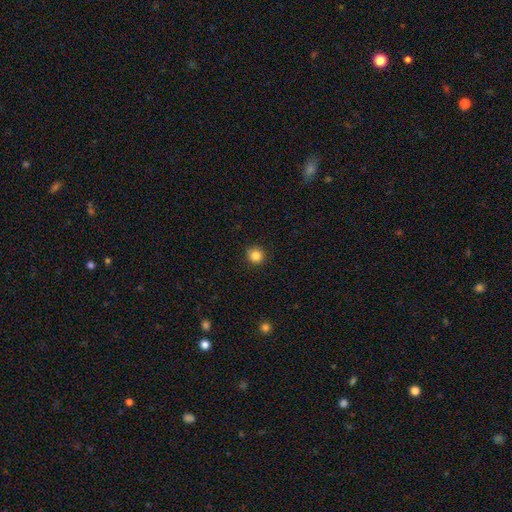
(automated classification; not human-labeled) Morphology: type=smooth (85%); roundness=round (93%); merging=none (91%).